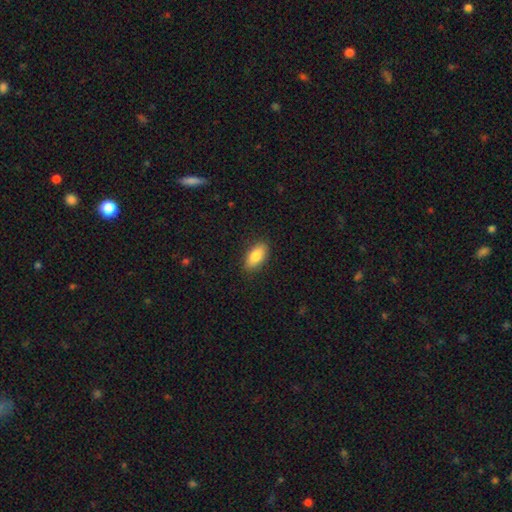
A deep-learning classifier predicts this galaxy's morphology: The model was most divided on "smooth or featured": smooth: 84%, featured or disk: 9%, star or artifact: 7%. More confident: how rounded — in between (89%); merging — none (87%).